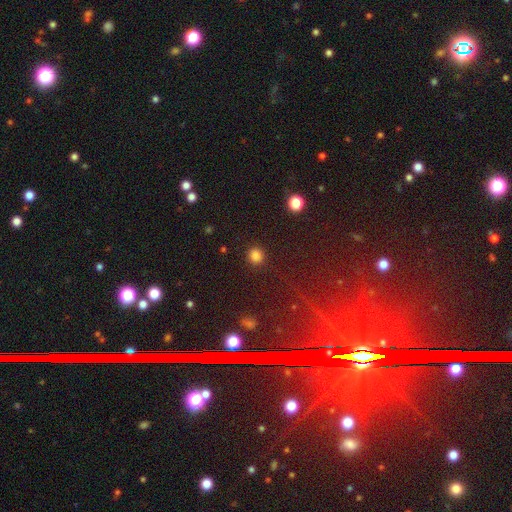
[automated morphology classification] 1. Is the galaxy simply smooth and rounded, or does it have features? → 83% smooth, 13% star or artifact, 4% featured or disk.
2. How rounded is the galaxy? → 90% round, 9% in between, 1% cigar-shaped.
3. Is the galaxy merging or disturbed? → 90% none, 7% minor disturbance, 2% major disturbance, 1% merger.